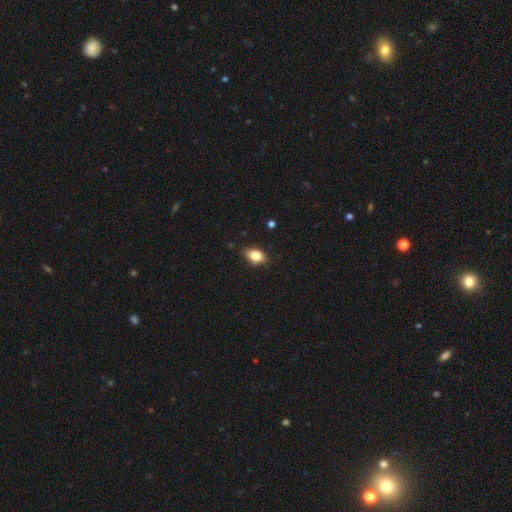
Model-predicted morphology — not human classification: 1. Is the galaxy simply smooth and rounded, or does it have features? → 80% smooth, 12% featured or disk, 9% star or artifact.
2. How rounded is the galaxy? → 81% in between, 15% round, 3% cigar-shaped.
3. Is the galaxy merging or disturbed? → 79% none, 17% minor disturbance, 3% major disturbance, 1% merger.